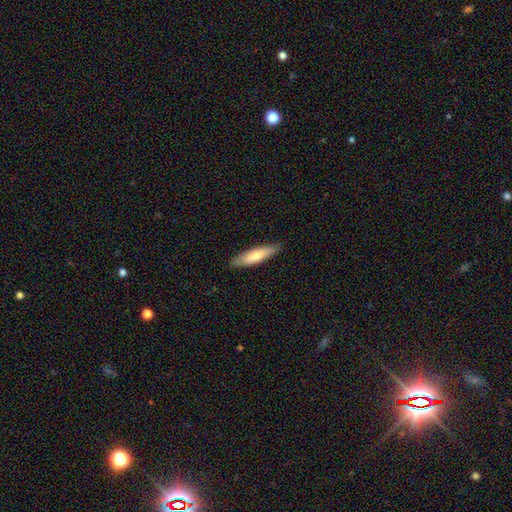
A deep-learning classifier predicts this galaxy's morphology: A smooth galaxy with no disk features (68%) that is cigar-shaped (77%). Merging: none (89%).